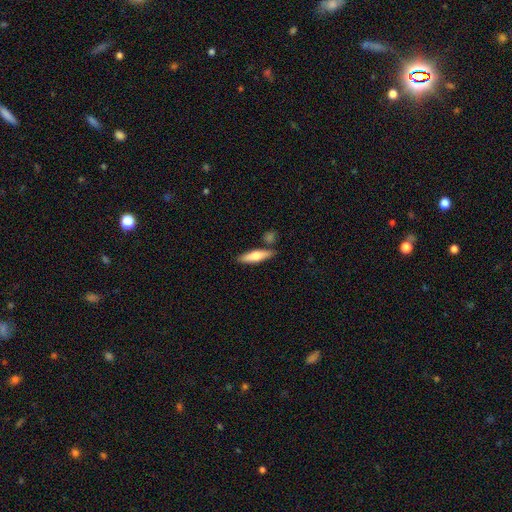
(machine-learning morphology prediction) Smooth or featured? smooth (61%)
How rounded? cigar-shaped (70%)
Merging? none (78%)